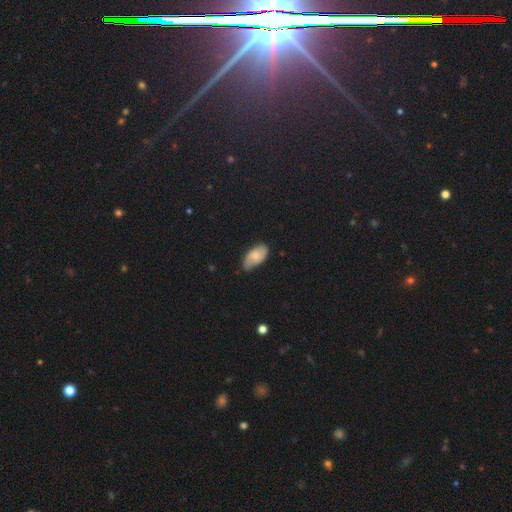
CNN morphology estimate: Smooth or featured?
  - smooth: 48% *
  - featured or disk: 44%
  - star or artifact: 8%
Merging?
  - none: 69% *
  - minor disturbance: 25%
  - major disturbance: 5%
  - merger: 1%